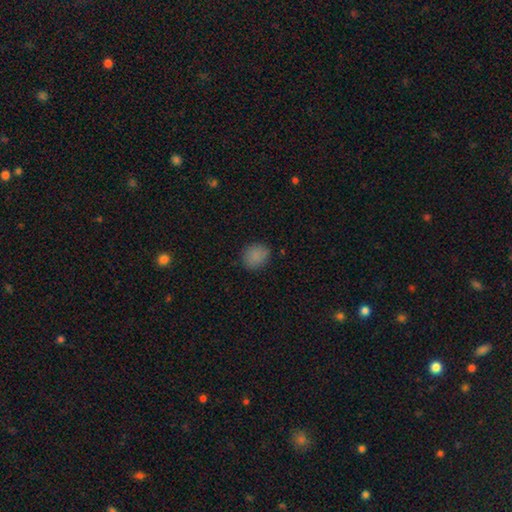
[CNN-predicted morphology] A smooth galaxy with no disk features (85%) that is round (77%). Merging: none (83%).